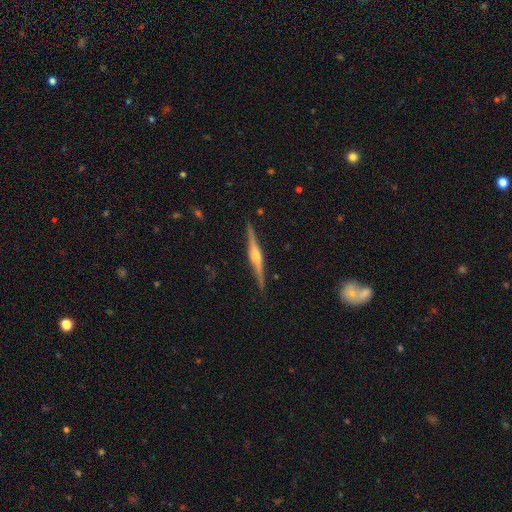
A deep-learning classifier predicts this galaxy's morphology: A featured or disk galaxy (80%) viewed edge-on (98%) with a rounded central bulge (81%). Merging: none (90%).